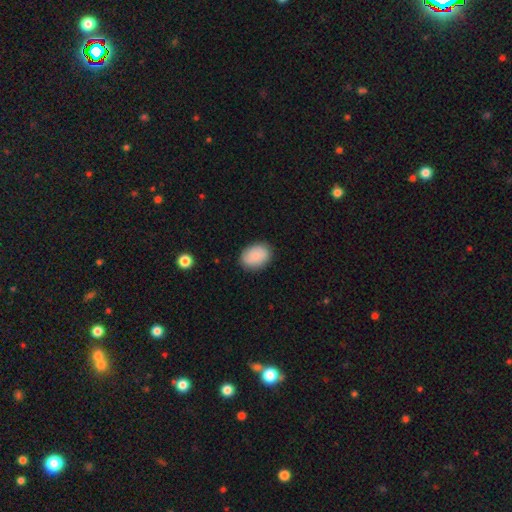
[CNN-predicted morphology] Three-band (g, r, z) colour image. It shows a smooth galaxy with no disk features (88%) that is in between round and cigar-shaped (77%). Merging: none (87%).